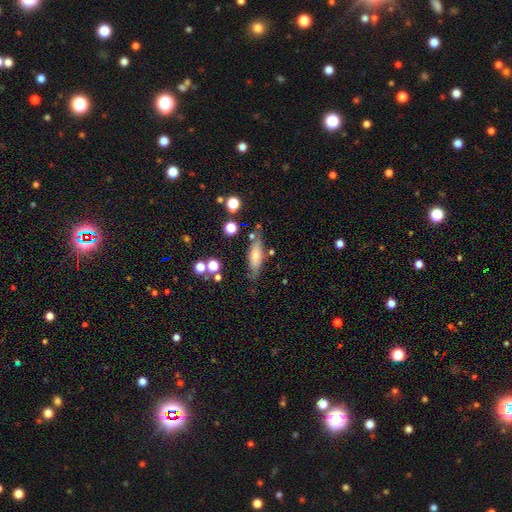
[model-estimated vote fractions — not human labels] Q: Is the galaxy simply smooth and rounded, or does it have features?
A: smooth — 64%.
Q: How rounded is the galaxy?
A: in between — 52%.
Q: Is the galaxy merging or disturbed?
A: none — 69%.